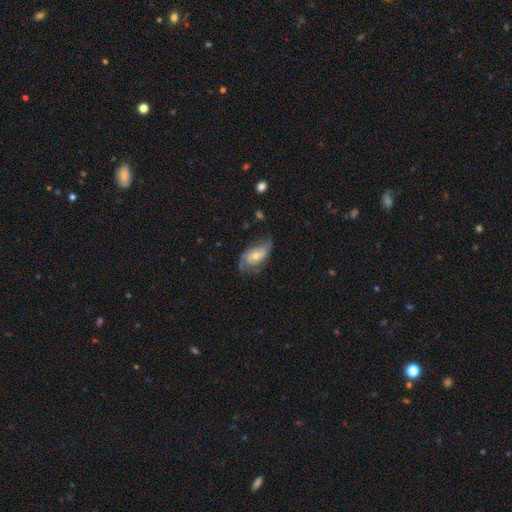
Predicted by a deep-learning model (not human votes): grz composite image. It shows a featured or disk galaxy (72%) with no bar (65%), 2 (70%) medium (41%) spiral arms (89%) and a moderate central bulge (57%). Merging: none (60%).